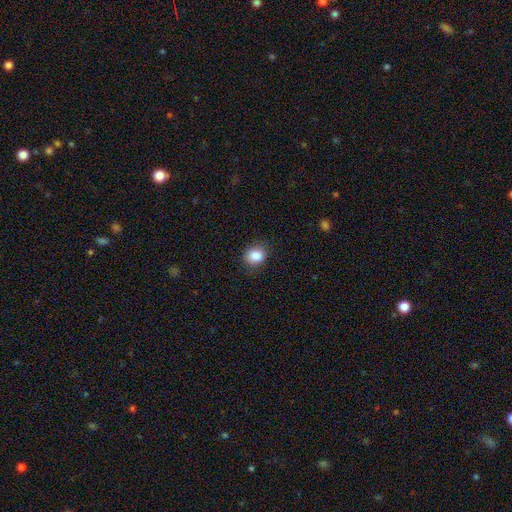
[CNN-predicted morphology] This is clearly a smooth galaxy (86%). How rounded: likely round (68%). Merging: clearly none (84%).